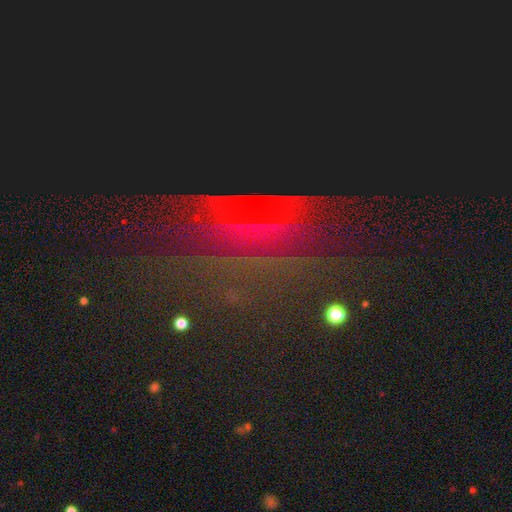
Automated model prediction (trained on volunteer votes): Q: Smooth or featured?
A: star or artifact (58%); runner-up: featured or disk (25%)